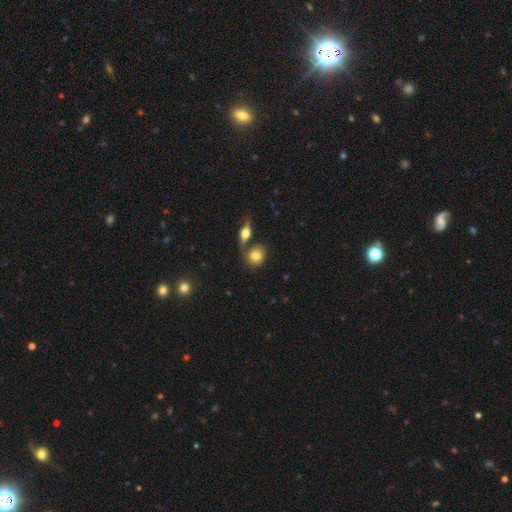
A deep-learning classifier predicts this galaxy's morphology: smooth-or-featured: smooth: 77% | featured or disk: 15% | star or artifact: 8%
  how-rounded: round: 68% | in between: 29% | cigar-shaped: 2%
  merging: none: 60% | merger: 23% | minor disturbance: 12% | major disturbance: 4%